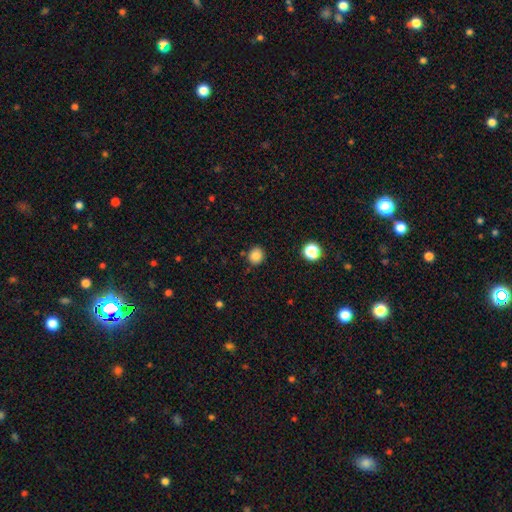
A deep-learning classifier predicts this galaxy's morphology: Smooth or featured?
  - smooth: 85% *
  - star or artifact: 11%
  - featured or disk: 4%
How rounded?
  - round: 79% *
  - in between: 20%
  - cigar-shaped: 1%
Merging?
  - none: 84% *
  - minor disturbance: 11%
  - merger: 3%
  - major disturbance: 3%